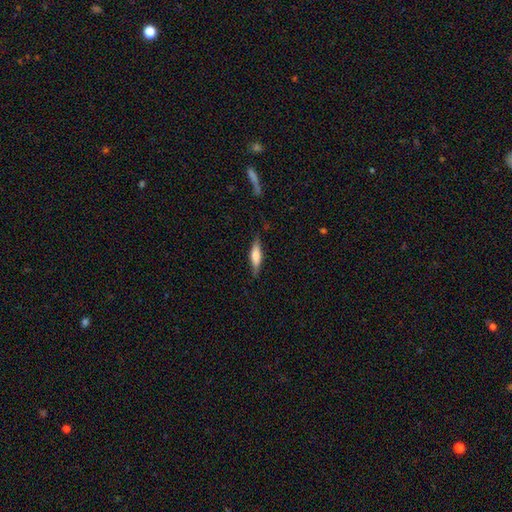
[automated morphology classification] type=smooth (59%); roundness=cigar-shaped (65%); merging=none (77%).